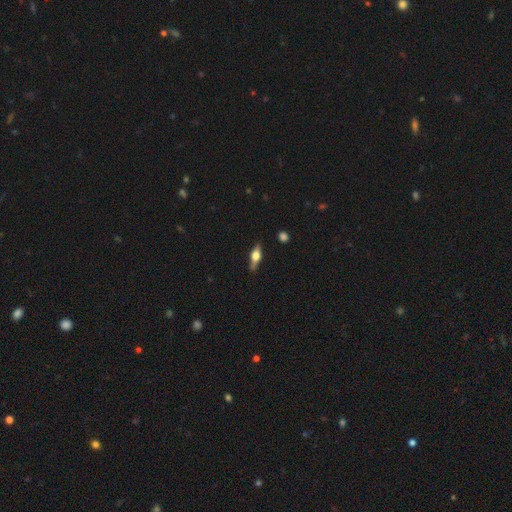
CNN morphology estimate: Smooth or featured? Predicted: featured or disk (p=0.60). Edge-on disk? Predicted: yes (p=0.94). Edge-on bulge? Predicted: rounded (p=0.91). Merging? Predicted: none (p=0.82).